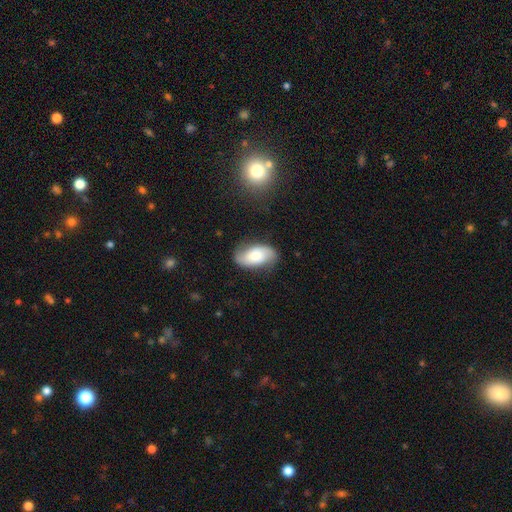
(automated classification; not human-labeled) Smooth or featured? Predicted: smooth (p=0.51). How rounded? Predicted: in between (p=0.93). Merging? Predicted: none (p=0.74).